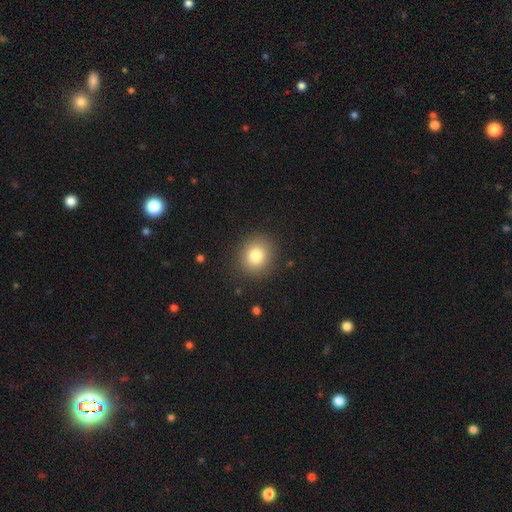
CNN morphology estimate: Smooth or featured? Predicted: smooth (p=0.81). How rounded? Predicted: round (p=0.83). Merging? Predicted: none (p=0.89).